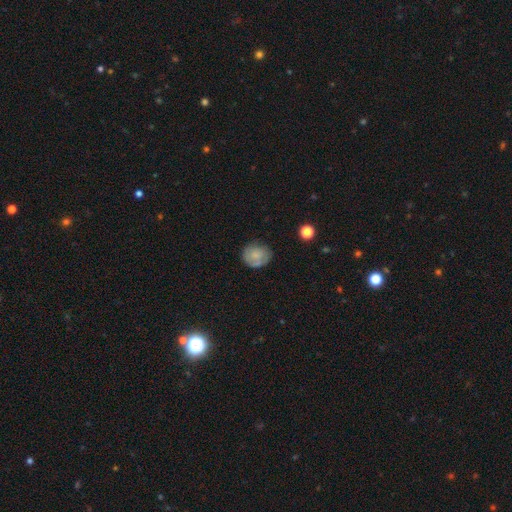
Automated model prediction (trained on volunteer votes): Morphology: type=smooth (65%); roundness=round (71%); merging=none (69%).